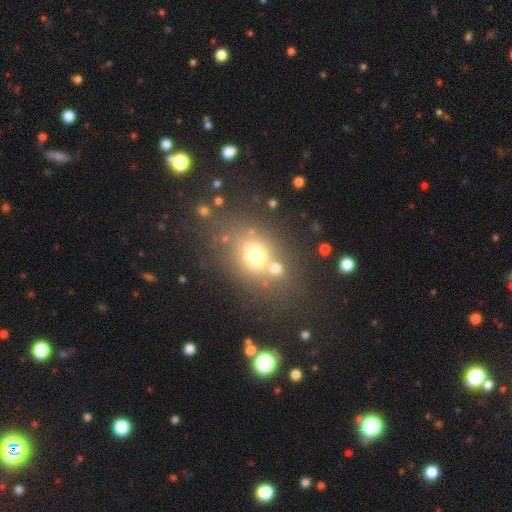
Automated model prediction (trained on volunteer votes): Q: Smooth or featured?
A: smooth (67%); runner-up: star or artifact (19%)
Q: How rounded?
A: round (56%); runner-up: in between (42%)
Q: Merging?
A: none (55%); runner-up: merger (27%)